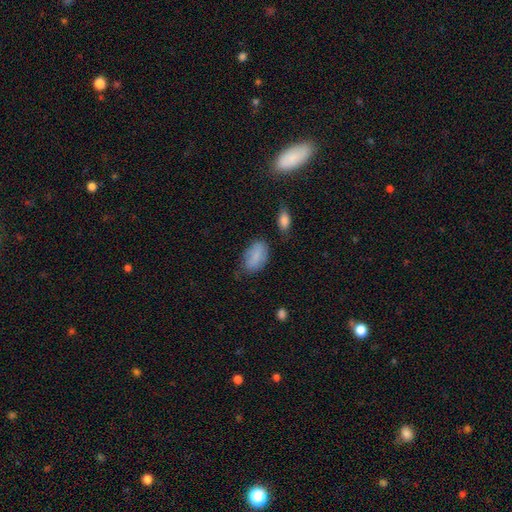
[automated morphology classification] Smooth or featured: smooth — 82% (featured or disk — 11%)
How rounded: in between — 92% (round — 6%)
Merging: none — 65% (minor disturbance — 24%)